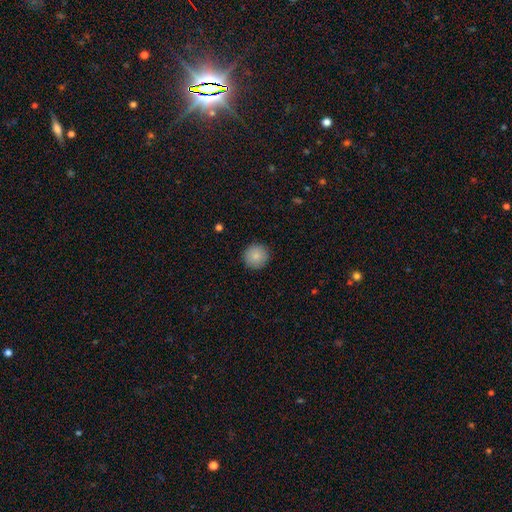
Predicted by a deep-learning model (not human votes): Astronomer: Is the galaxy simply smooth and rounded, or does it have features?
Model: smooth — 86%.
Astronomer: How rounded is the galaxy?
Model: round — 96%.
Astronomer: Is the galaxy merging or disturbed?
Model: none — 91%.